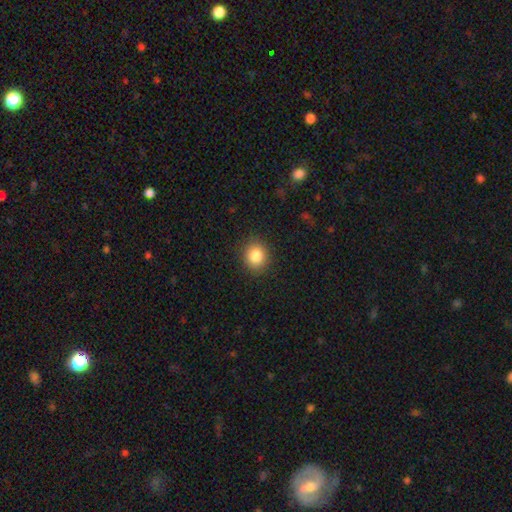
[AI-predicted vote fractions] This is clearly a smooth galaxy (85%). How rounded: likely round (76%). Merging: clearly none (89%).